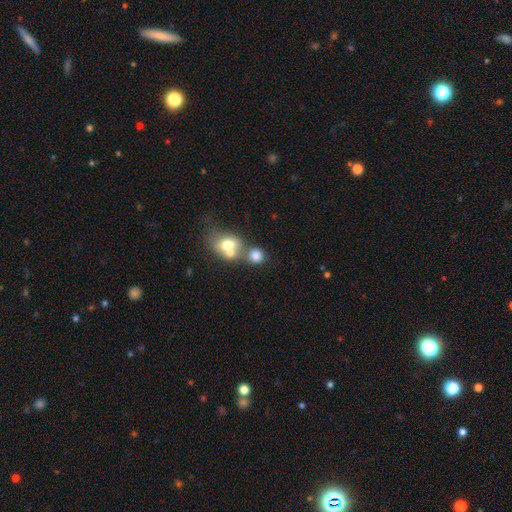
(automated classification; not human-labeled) Smooth or featured: smooth — 77% (featured or disk — 12%)
How rounded: round — 76% (in between — 23%)
Merging: merger — 44% (none — 43%)